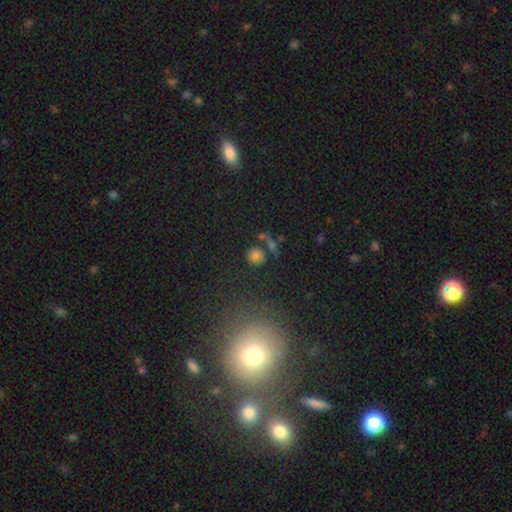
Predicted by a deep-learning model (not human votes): A smooth galaxy with no disk features (73%) that is round (88%). Merging: none (73%).